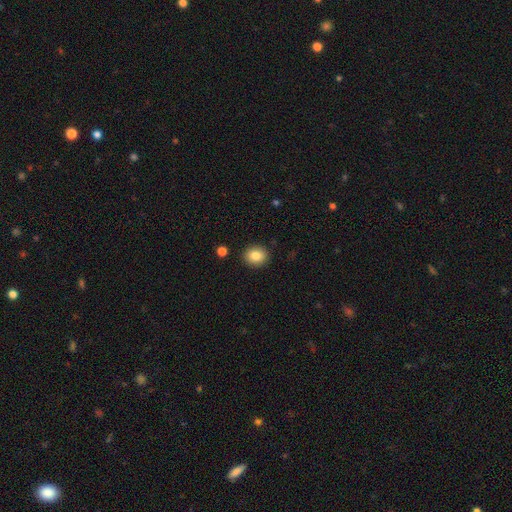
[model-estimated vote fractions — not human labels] smooth_or_featured: smooth (p=0.84) [alt: star or artifact p=0.09]
how_rounded: round (p=0.74) [alt: in between p=0.25]
merging: none (p=0.90) [alt: minor disturbance p=0.06]